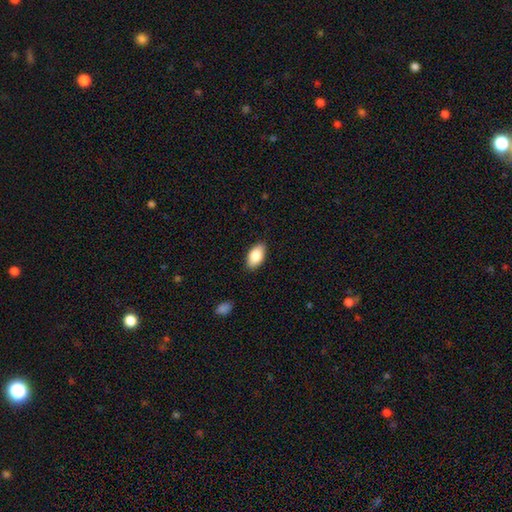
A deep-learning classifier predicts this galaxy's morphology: Smooth or featured? Predicted: smooth (p=0.85). How rounded? Predicted: in between (p=0.94). Merging? Predicted: none (p=0.87).